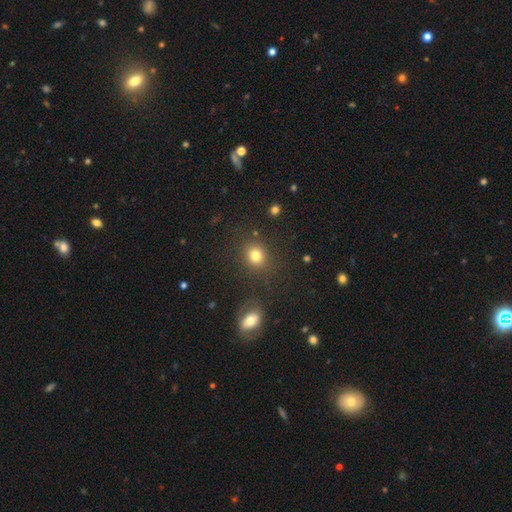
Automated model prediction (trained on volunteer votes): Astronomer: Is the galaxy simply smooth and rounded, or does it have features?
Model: smooth — 80%.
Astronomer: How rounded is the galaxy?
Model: round — 75%.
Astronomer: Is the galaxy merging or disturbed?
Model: none — 82%.